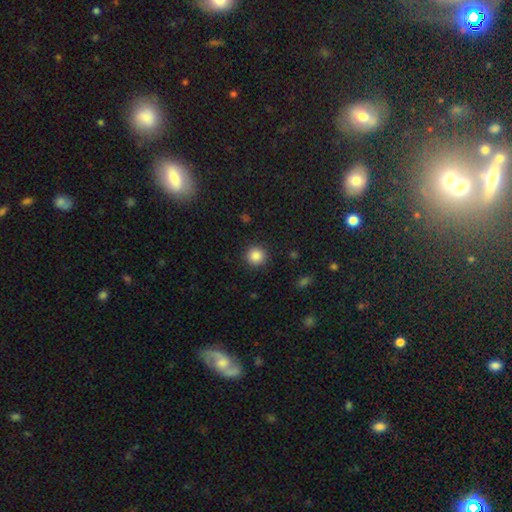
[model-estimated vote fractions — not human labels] smooth-or-featured: smooth: 86% | star or artifact: 10% | featured or disk: 4%
  how-rounded: round: 95% | in between: 4% | cigar-shaped: 1%
  merging: none: 91% | minor disturbance: 6% | major disturbance: 2% | merger: 1%